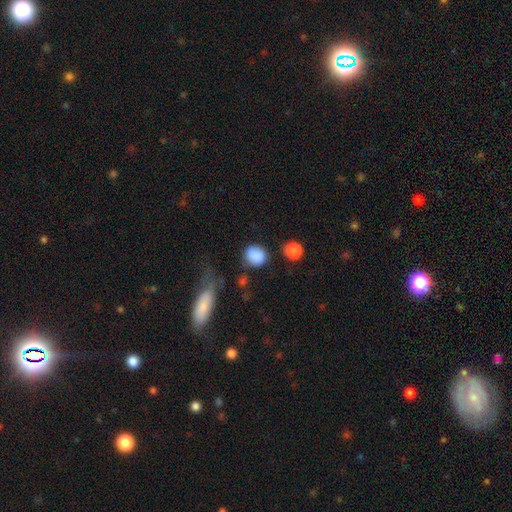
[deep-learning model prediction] Smooth or featured: smooth — 87% (star or artifact — 8%)
How rounded: round — 81% (in between — 18%)
Merging: none — 75% (minor disturbance — 14%)